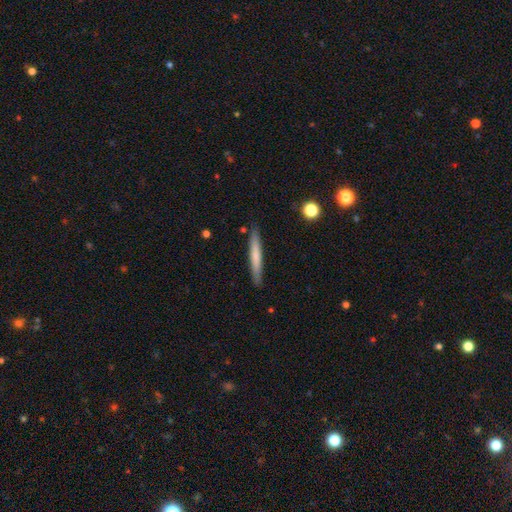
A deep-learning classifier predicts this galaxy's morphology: A smooth galaxy with no disk features (67%) that is cigar-shaped (96%). Merging: none (89%).